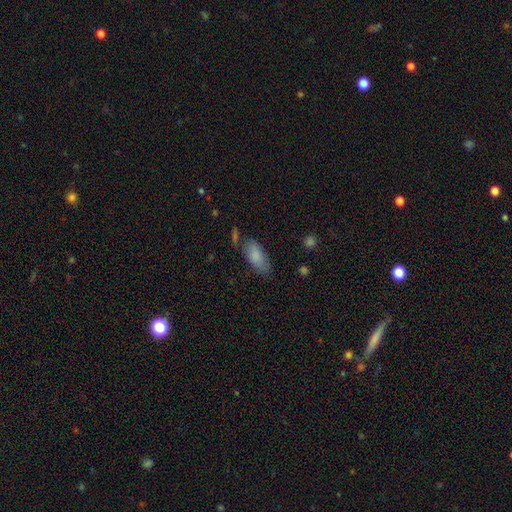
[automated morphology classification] Smooth or featured? Predicted: smooth (p=0.84). How rounded? Predicted: in between (p=0.86). Merging? Predicted: none (p=0.68).